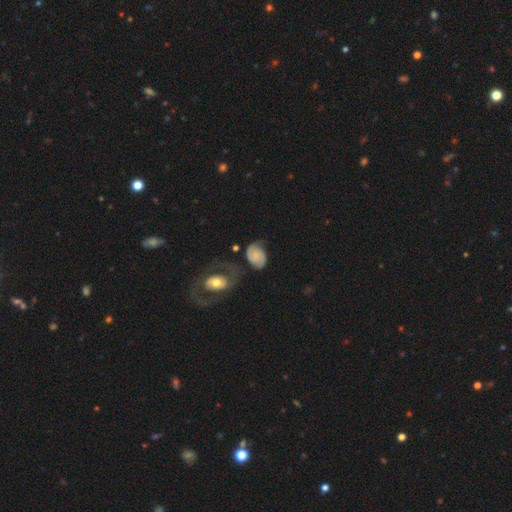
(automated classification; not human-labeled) Morphology: type=featured or disk (53%); edge-on=no (97%); bar=no (69%); spiral arms=yes (87%); bulge=small (47%); merging=none (49%).